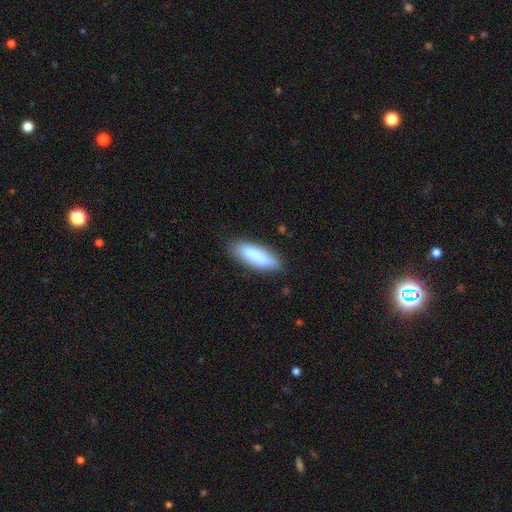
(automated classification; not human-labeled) Smooth or featured? Predicted: smooth (p=0.75). How rounded? Predicted: in between (p=0.55). Merging? Predicted: none (p=0.69).